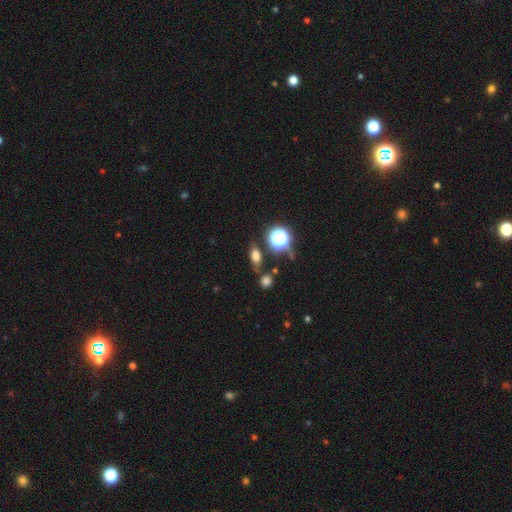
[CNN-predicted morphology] Smooth or featured?
  - smooth: 66% *
  - star or artifact: 21%
  - featured or disk: 13%
How rounded?
  - in between: 70% *
  - round: 21%
  - cigar-shaped: 10%
Merging?
  - none: 67% *
  - minor disturbance: 16%
  - merger: 11%
  - major disturbance: 6%